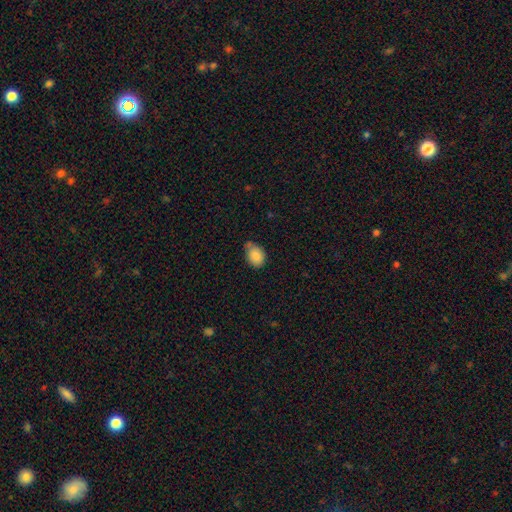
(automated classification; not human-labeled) This appears to be a smooth galaxy with no disk features (85%) that is in between round and cigar-shaped (70%). Merging: none (56%).